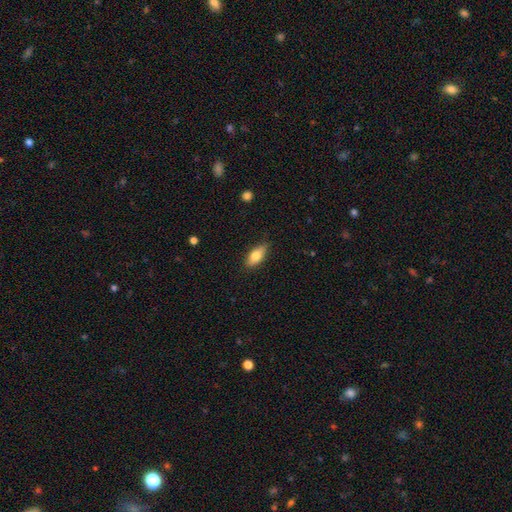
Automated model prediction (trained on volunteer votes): smooth 74%, featured or disk 19%, star or artifact 7%. Down the decision tree: how rounded — in between (81%); merging — none (84%).